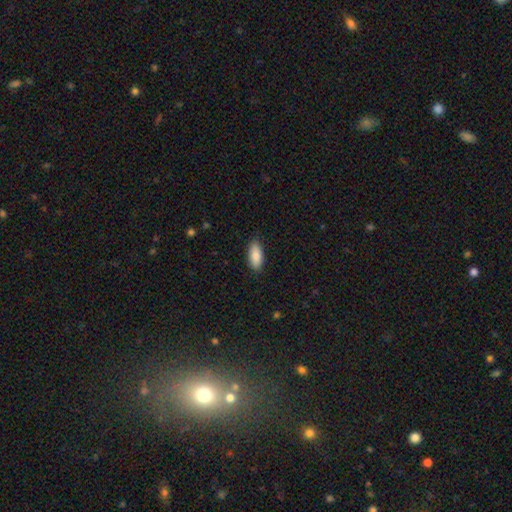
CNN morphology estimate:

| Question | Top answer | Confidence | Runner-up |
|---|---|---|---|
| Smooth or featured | smooth | 89% | star or artifact (6%) |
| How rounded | in between | 85% | cigar-shaped (13%) |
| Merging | none | 88% | minor disturbance (9%) |